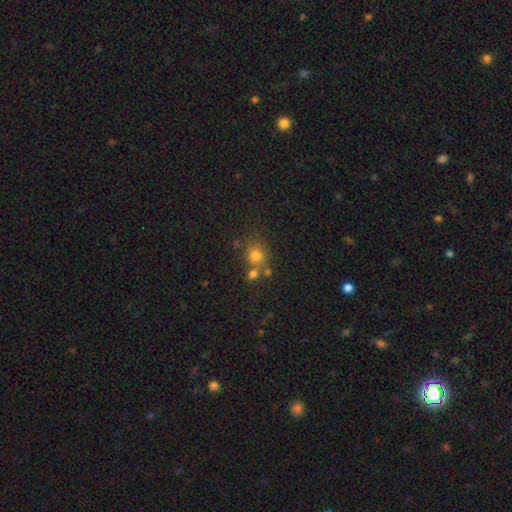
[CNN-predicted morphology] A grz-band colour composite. It shows a smooth galaxy with no disk features (74%) that is round (80%). Merging: none (54%).